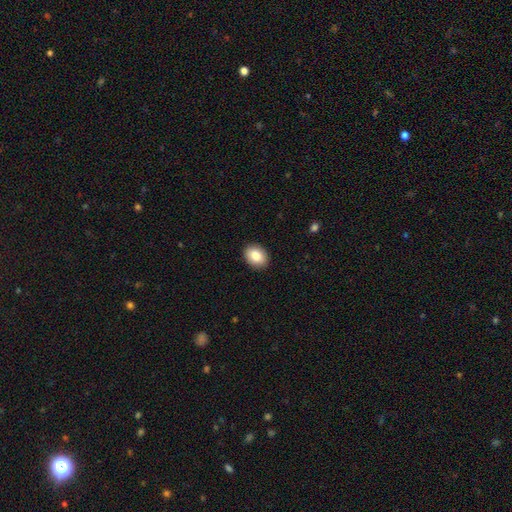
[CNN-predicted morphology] Overall: smooth (86%). How rounded: in between (72%). Merging: none (91%).